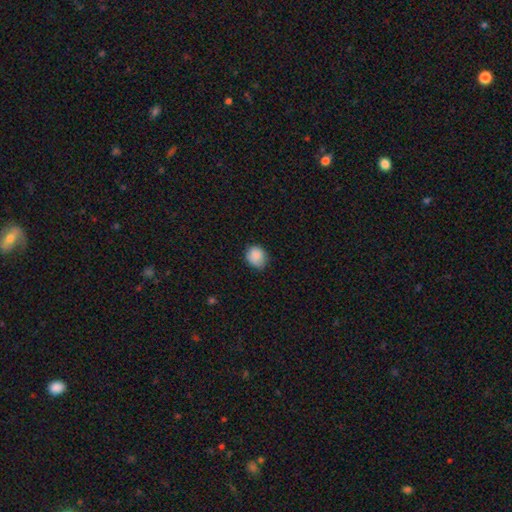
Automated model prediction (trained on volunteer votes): The model was most divided on "how rounded": round: 70%, in between: 29%, cigar-shaped: 1%. More confident: smooth or featured — smooth (88%); merging — none (73%).